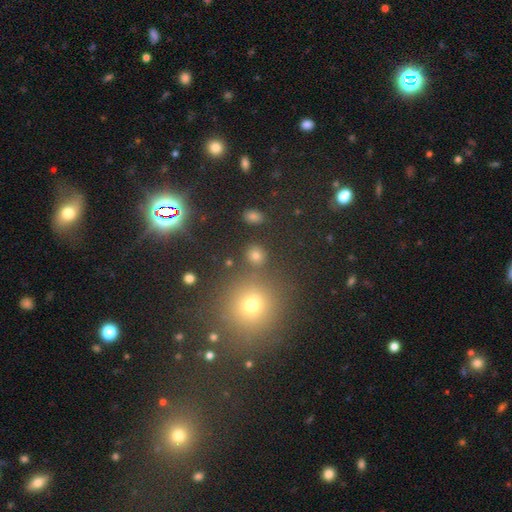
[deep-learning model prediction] Smooth or featured?
  - smooth: 64% *
  - star or artifact: 29%
  - featured or disk: 7%
How rounded?
  - round: 82% *
  - in between: 17%
  - cigar-shaped: 2%
Merging?
  - none: 84% *
  - minor disturbance: 7%
  - merger: 6%
  - major disturbance: 4%